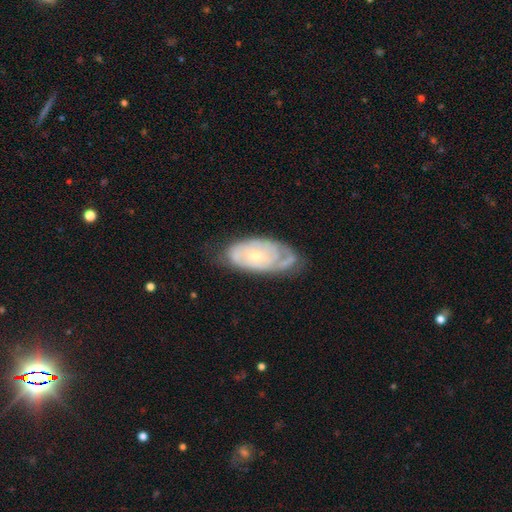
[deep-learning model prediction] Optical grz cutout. It shows a featured or disk galaxy (73%) with no bar (73%), tight (70%) spiral arms (81%) and a small central bulge (56%). Merging: none (57%).